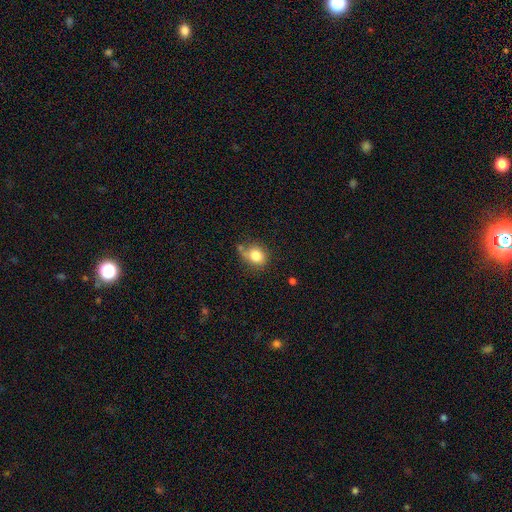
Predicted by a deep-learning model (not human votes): Morphology: type=smooth (82%); roundness=round (66%); merging=none (58%).